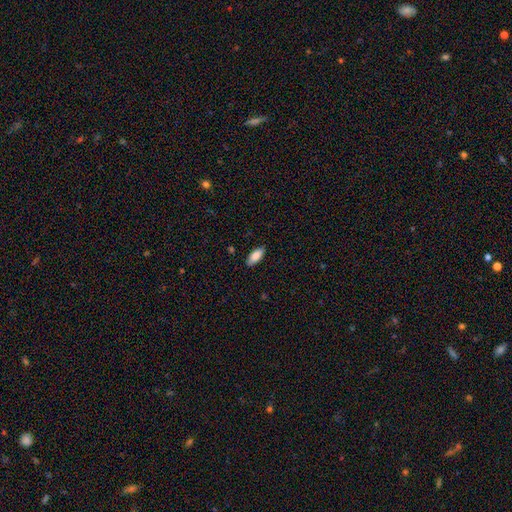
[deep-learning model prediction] This is clearly a smooth galaxy (85%). How rounded: clearly in between (85%). Merging: clearly none (87%).